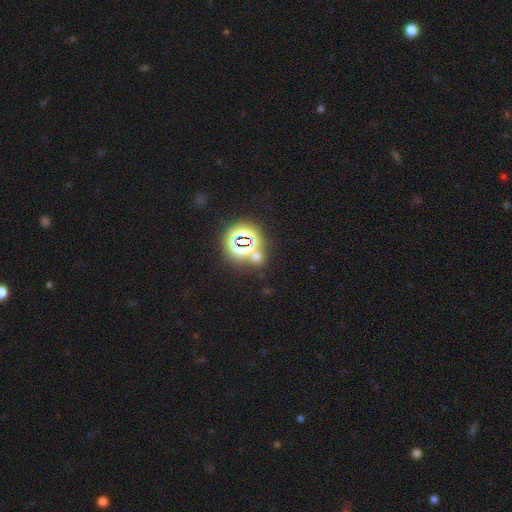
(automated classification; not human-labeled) star or artifact 55%, smooth 38%, featured or disk 8%.